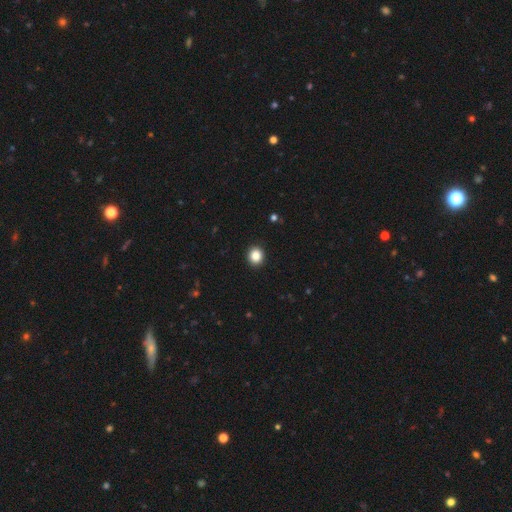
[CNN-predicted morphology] Smooth or featured? smooth (86%)
How rounded? round (81%)
Merging? none (92%)